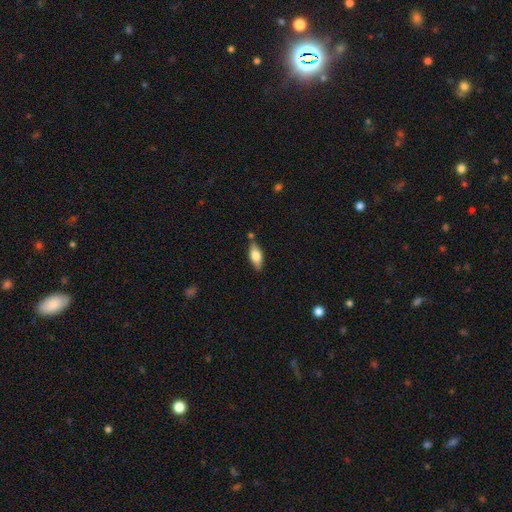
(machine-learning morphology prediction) smooth 66%, featured or disk 27%, star or artifact 7%. Down the decision tree: how rounded — in between (78%); merging — none (77%).